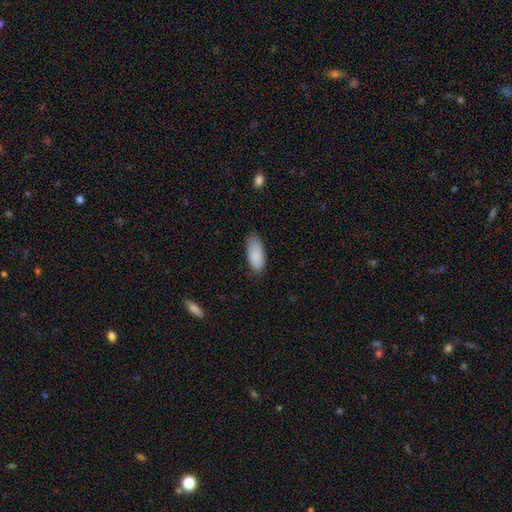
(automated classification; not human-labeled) This appears to be a smooth galaxy with no disk features (88%) that is in between round and cigar-shaped (88%). Merging: none (74%).